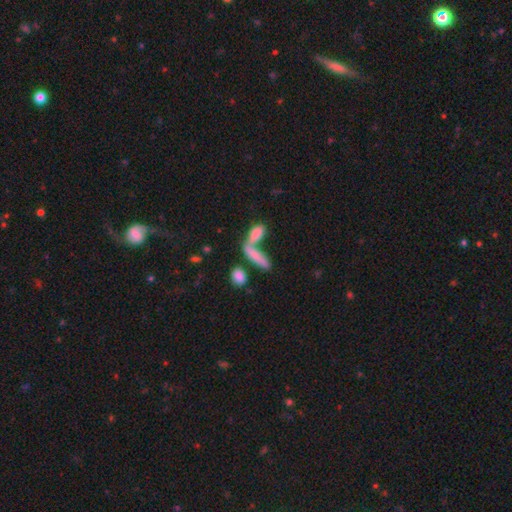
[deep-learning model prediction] smooth-or-featured: smooth: 74% | featured or disk: 17% | star or artifact: 9%
  how-rounded: cigar-shaped: 59% | in between: 37% | round: 4%
  merging: merger: 47% | none: 37% | minor disturbance: 10% | major disturbance: 6%